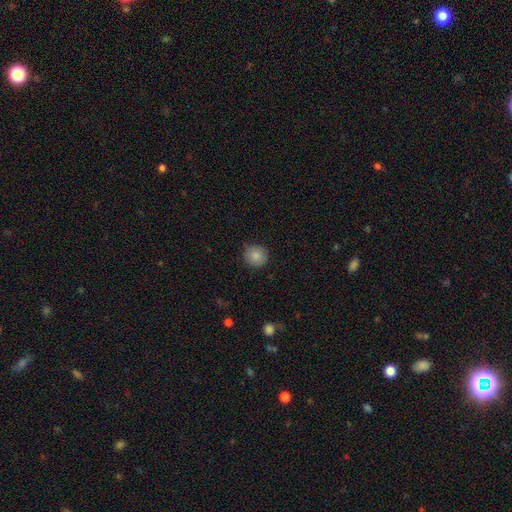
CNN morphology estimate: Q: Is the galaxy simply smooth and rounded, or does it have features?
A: smooth — 86%.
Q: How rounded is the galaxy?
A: round — 92%.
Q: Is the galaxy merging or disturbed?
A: none — 86%.